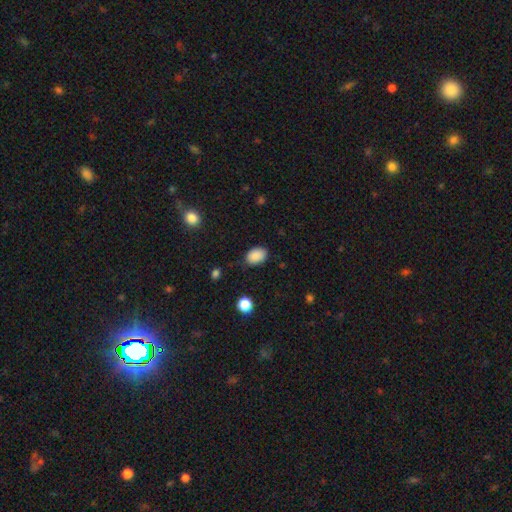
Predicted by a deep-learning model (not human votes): Overall: smooth (88%). How rounded: in between (80%). Merging: none (81%).